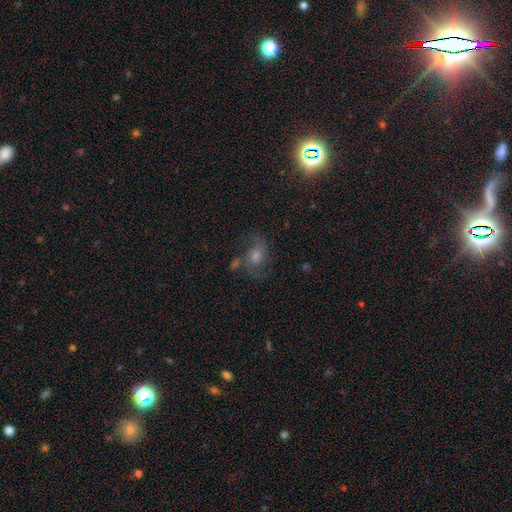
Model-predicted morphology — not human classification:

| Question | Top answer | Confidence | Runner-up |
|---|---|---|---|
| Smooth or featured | featured or disk | 52% | star or artifact (27%) |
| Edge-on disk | no | 96% | yes (4%) |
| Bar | no | 61% | weak (32%) |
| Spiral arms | yes | 89% | no (11%) |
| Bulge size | moderate | 52% | small (24%) |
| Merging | none | 61% | minor disturbance (17%) |